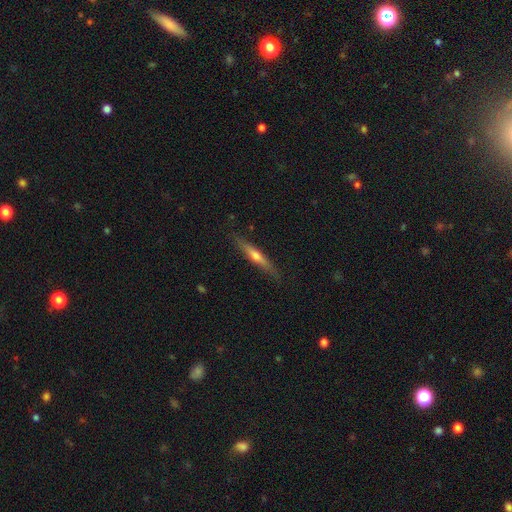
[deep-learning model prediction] Smooth or featured? featured or disk (59%)
Edge-on disk? yes (95%)
Edge-on bulge? rounded (80%)
Merging? none (86%)